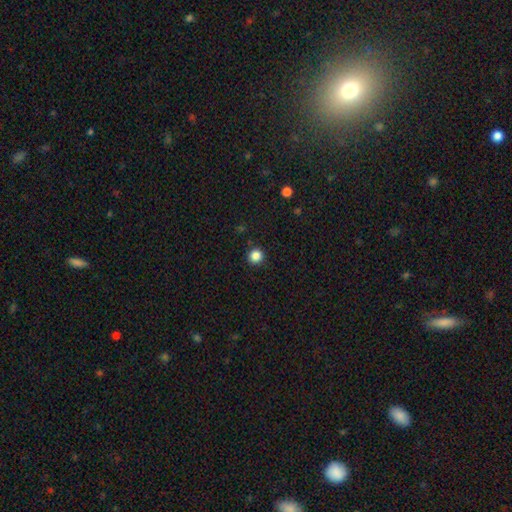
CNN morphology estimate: Smooth or featured? Predicted: smooth (p=0.86). How rounded? Predicted: round (p=0.94). Merging? Predicted: none (p=0.92).